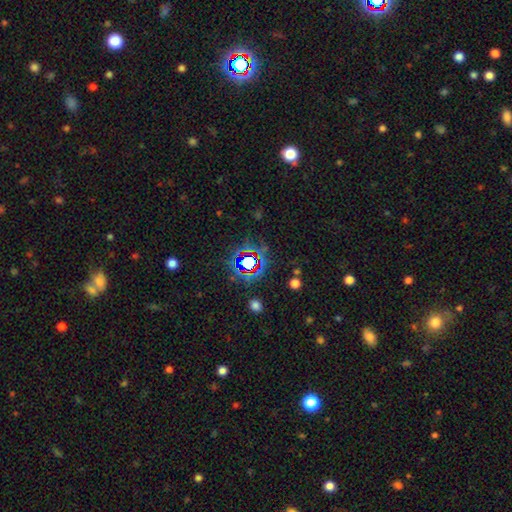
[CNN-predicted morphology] A star or artifact, not a galaxy (75%).